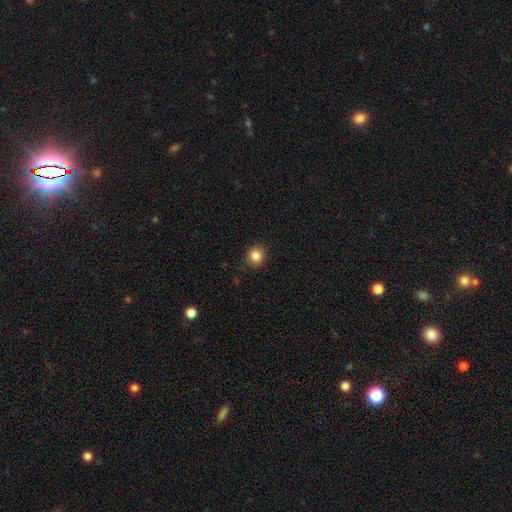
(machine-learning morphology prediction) The model was most divided on "smooth or featured": smooth: 84%, star or artifact: 11%, featured or disk: 5%. More confident: merging — none (90%); how rounded — round (88%).